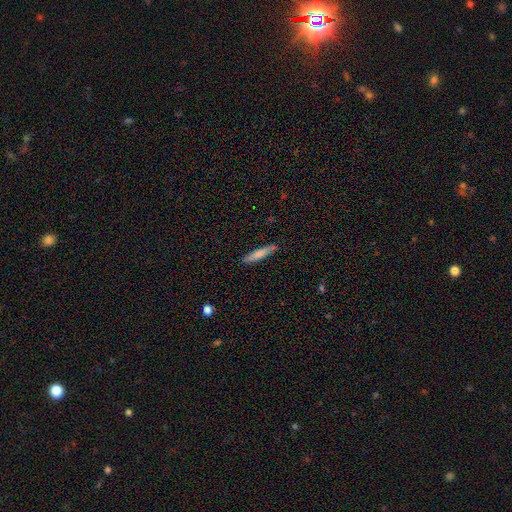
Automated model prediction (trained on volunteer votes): A smooth galaxy with no disk features (62%) that is cigar-shaped (91%). Merging: none (89%).